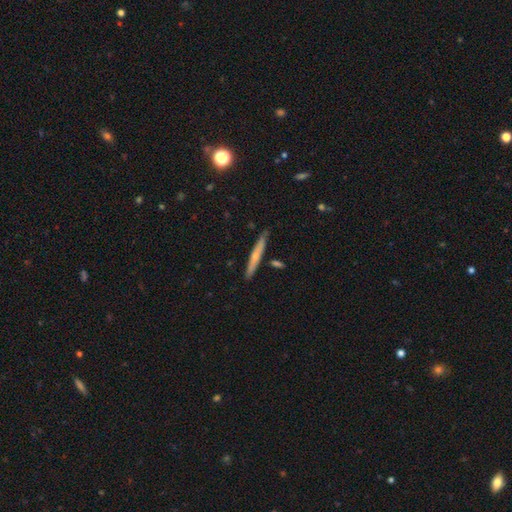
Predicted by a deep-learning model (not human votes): Q: Smooth or featured?
A: smooth (48%); runner-up: featured or disk (46%)
Q: Merging?
A: none (85%); runner-up: minor disturbance (10%)